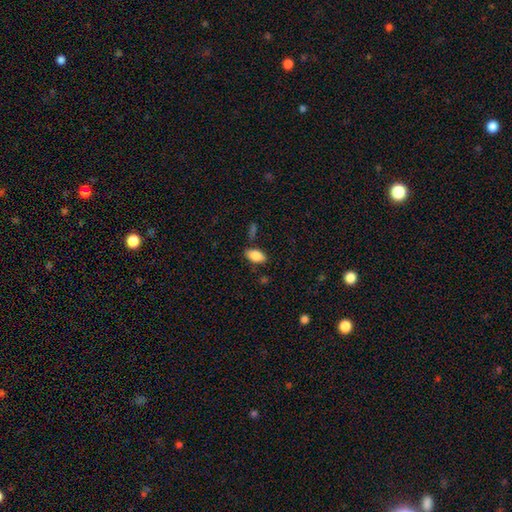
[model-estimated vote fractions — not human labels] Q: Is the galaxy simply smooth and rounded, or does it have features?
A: smooth — 87%.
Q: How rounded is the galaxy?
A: in between — 93%.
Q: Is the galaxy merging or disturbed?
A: none — 79%.